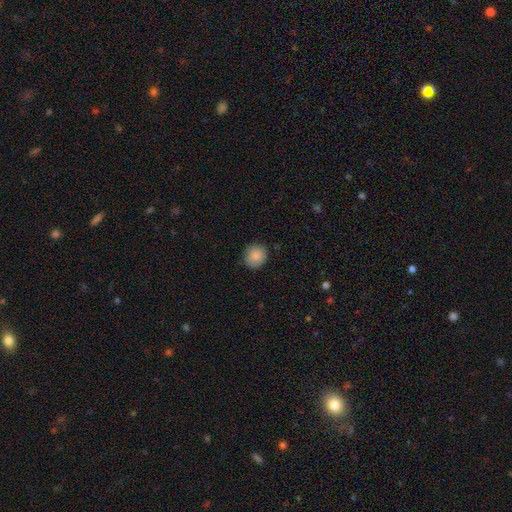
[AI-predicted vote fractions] This is clearly a smooth galaxy (86%). How rounded: clearly round (87%). Merging: clearly none (84%).